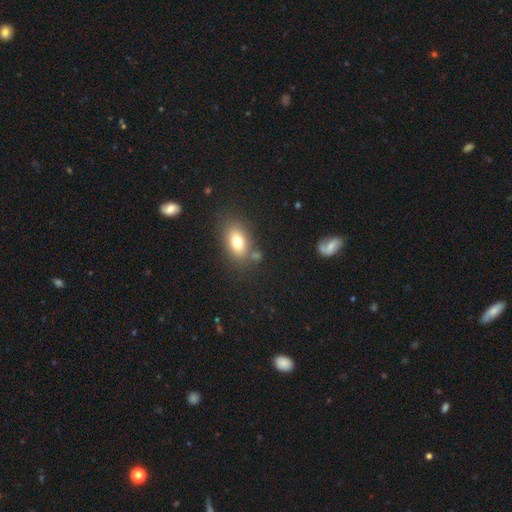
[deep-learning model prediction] smooth 70%, featured or disk 17%, star or artifact 13%. Down the decision tree: how rounded — in between (78%); merging — none (73%).